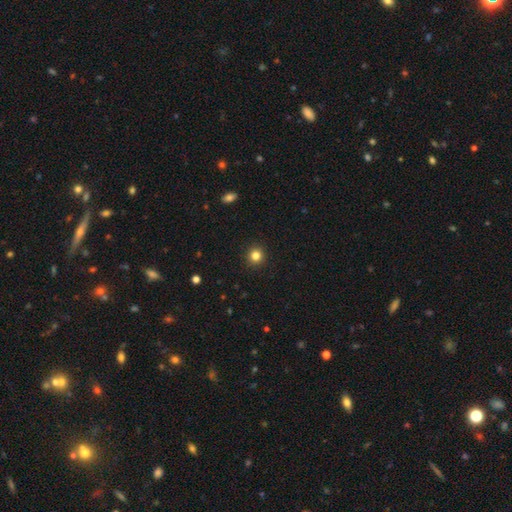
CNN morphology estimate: Overall: smooth (83%). How rounded: round (93%). Merging: none (93%).